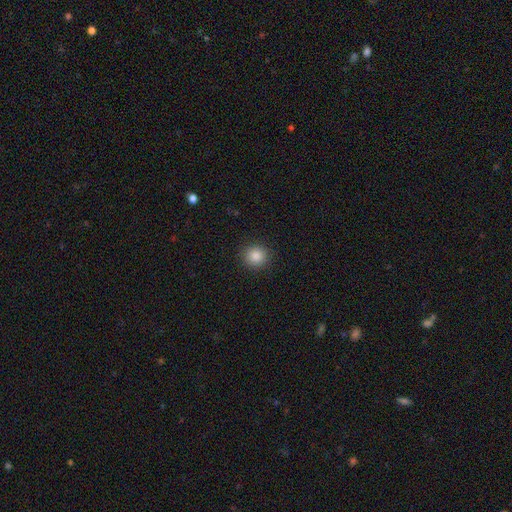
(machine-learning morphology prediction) Smooth or featured? Predicted: smooth (p=0.86). How rounded? Predicted: round (p=0.92). Merging? Predicted: none (p=0.91).